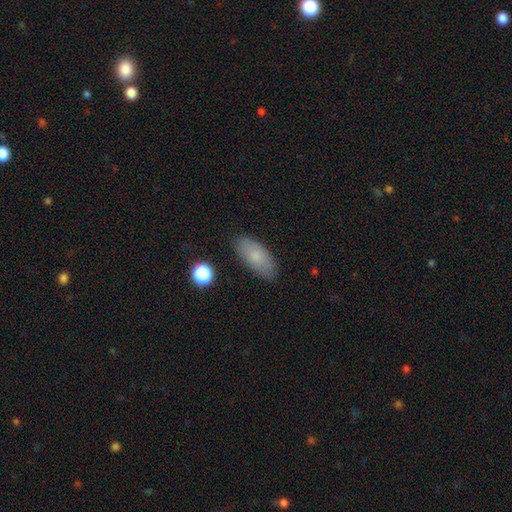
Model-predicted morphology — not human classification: smooth 80%, featured or disk 12%, star or artifact 8%. Down the decision tree: how rounded — in between (87%); merging — none (84%).